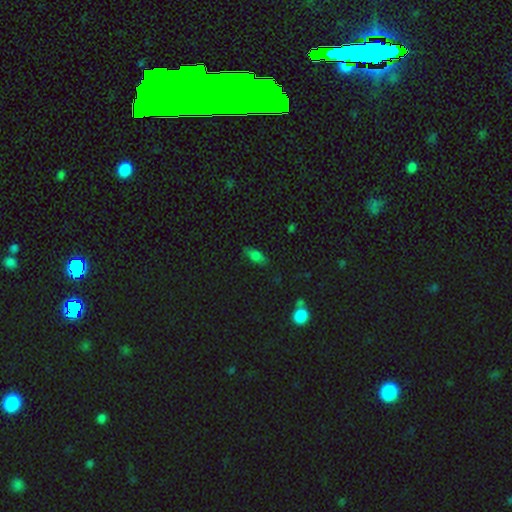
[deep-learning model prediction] A smooth galaxy with no disk features (74%) that is in between round and cigar-shaped (82%). Merging: none (76%).